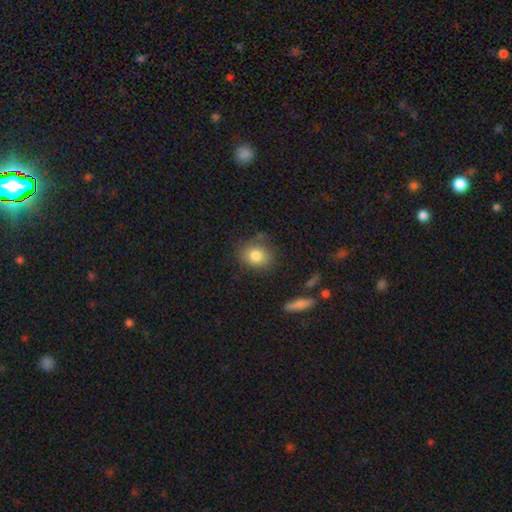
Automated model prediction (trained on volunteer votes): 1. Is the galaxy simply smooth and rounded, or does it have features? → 82% smooth, 9% star or artifact, 9% featured or disk.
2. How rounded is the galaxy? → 65% round, 34% in between, 1% cigar-shaped.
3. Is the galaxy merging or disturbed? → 76% none, 17% minor disturbance, 5% major disturbance, 3% merger.